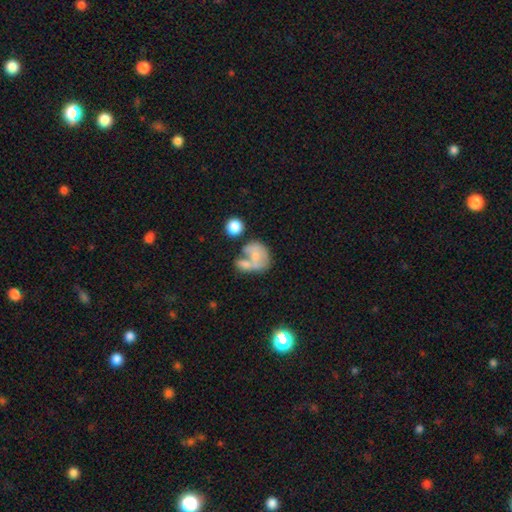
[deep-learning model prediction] Overall: smooth (56%; featured or disk 34%). How rounded: round (53%; in between 46%). Merging: merger (50%; none 23%).